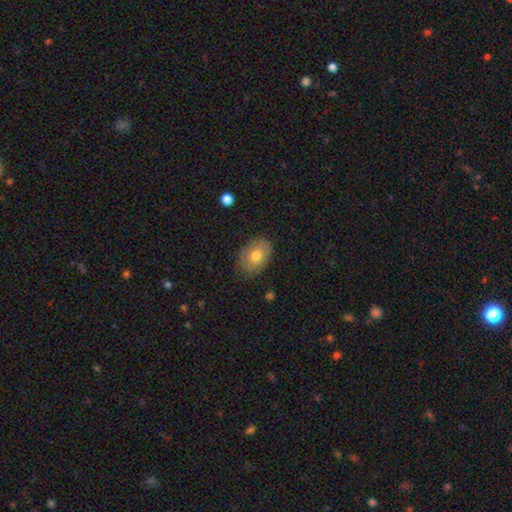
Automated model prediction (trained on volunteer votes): Smooth or featured?
  - smooth: 65% *
  - featured or disk: 27%
  - star or artifact: 7%
How rounded?
  - in between: 79% *
  - round: 20%
  - cigar-shaped: 1%
Merging?
  - none: 77% *
  - minor disturbance: 18%
  - major disturbance: 4%
  - merger: 1%